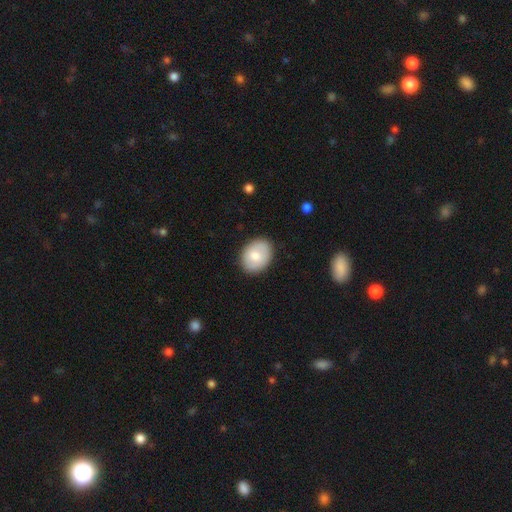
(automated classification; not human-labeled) Q: Smooth or featured?
A: smooth (75%); runner-up: featured or disk (18%)
Q: How rounded?
A: in between (65%); runner-up: round (34%)
Q: Merging?
A: none (86%); runner-up: minor disturbance (10%)